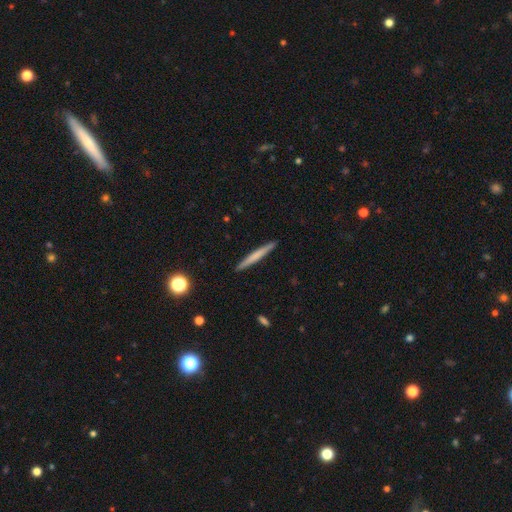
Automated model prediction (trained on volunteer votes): Overall: smooth (57%; featured or disk 37%). How rounded: cigar-shaped (96%). Merging: none (92%).